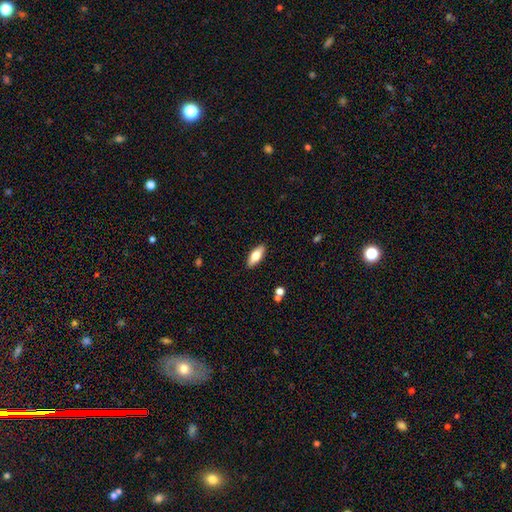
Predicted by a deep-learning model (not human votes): A smooth galaxy with no disk features (70%) that is in between round and cigar-shaped (72%). Merging: none (89%).